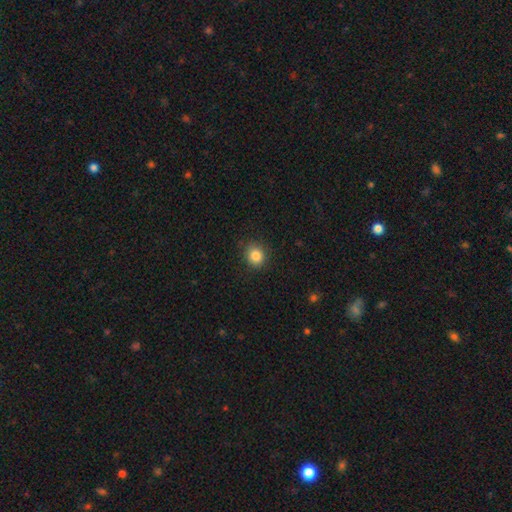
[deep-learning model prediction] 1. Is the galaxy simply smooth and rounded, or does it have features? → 85% smooth, 10% star or artifact, 5% featured or disk.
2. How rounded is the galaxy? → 82% round, 17% in between, 1% cigar-shaped.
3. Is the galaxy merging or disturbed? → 87% none, 9% minor disturbance, 3% major disturbance, 1% merger.